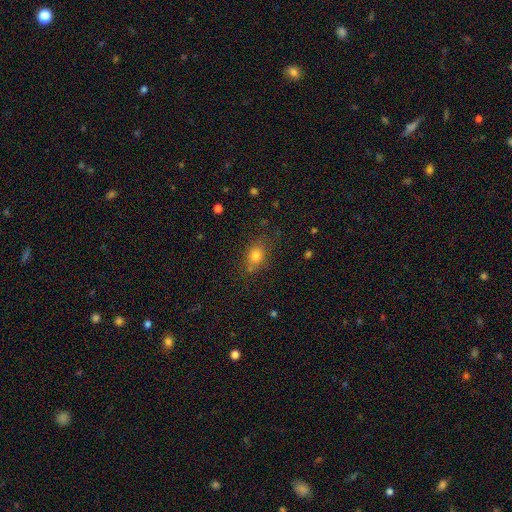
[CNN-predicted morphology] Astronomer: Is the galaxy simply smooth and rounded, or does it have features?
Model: smooth — 77%.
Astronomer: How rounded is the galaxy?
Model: in between — 56% (runner-up: round, 42%).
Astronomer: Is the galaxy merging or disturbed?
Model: none — 71%.